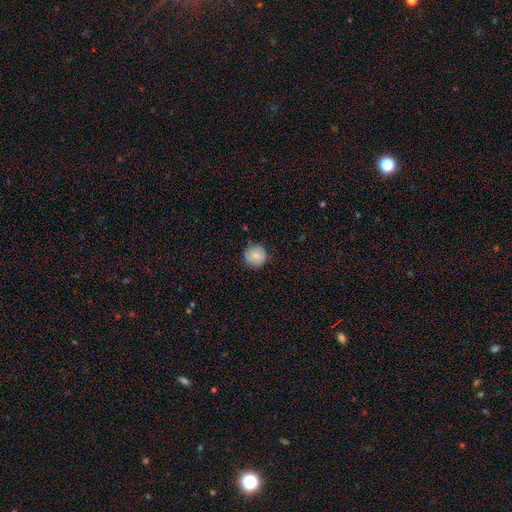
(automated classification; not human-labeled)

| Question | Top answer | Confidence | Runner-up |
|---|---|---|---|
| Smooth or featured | smooth | 77% | featured or disk (15%) |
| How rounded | round | 94% | in between (5%) |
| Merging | none | 83% | minor disturbance (13%) |